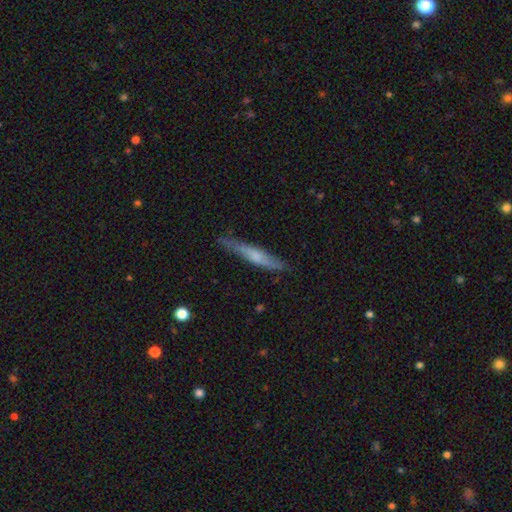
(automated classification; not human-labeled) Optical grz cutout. It shows a smooth galaxy with no disk features (48%). Merging: none (79%).